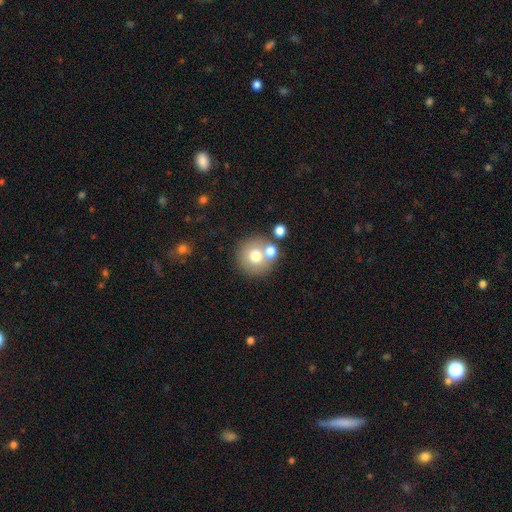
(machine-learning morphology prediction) The model was most divided on "merging": none: 62%, merger: 26%, minor disturbance: 9%, major disturbance: 4%. More confident: how rounded — round (92%); smooth or featured — smooth (70%).